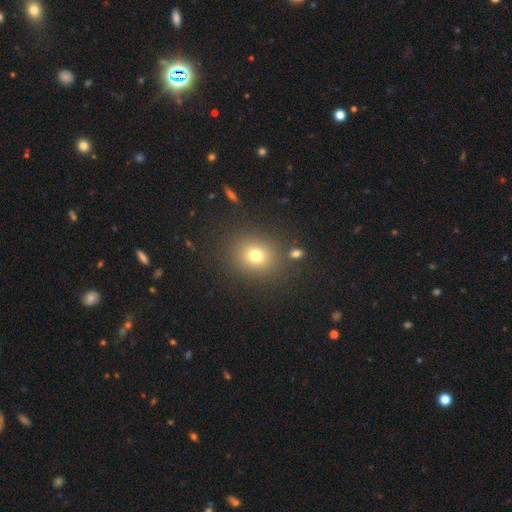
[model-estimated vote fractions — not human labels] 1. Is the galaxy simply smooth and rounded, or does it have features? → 74% smooth, 16% star or artifact, 10% featured or disk.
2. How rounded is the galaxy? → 76% round, 23% in between, 1% cigar-shaped.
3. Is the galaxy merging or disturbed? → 85% none, 8% minor disturbance, 4% major disturbance, 4% merger.